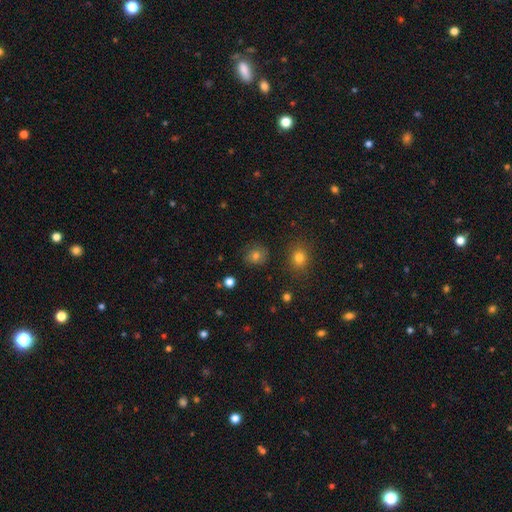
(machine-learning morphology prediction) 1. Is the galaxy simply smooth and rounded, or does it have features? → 78% smooth, 14% star or artifact, 7% featured or disk.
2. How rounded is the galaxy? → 80% round, 19% in between, 1% cigar-shaped.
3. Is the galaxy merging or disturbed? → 85% none, 10% minor disturbance, 3% major disturbance, 2% merger.